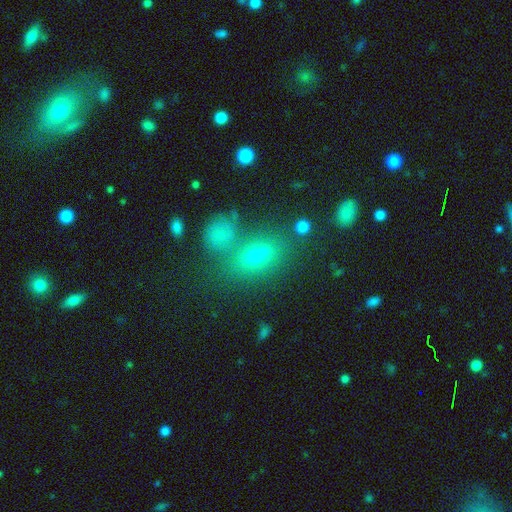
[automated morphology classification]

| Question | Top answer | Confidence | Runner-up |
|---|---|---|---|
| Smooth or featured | smooth | 61% | star or artifact (22%) |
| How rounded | in between | 55% | round (42%) |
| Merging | none | 43% | merger (41%) |